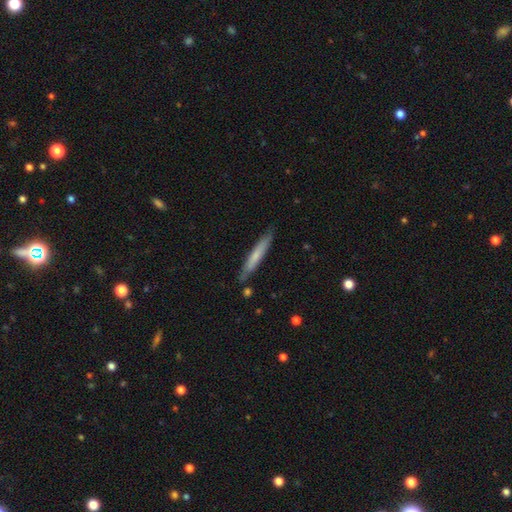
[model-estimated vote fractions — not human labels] Smooth or featured? Predicted: smooth (p=0.62). How rounded? Predicted: cigar-shaped (p=0.95). Merging? Predicted: none (p=0.84).